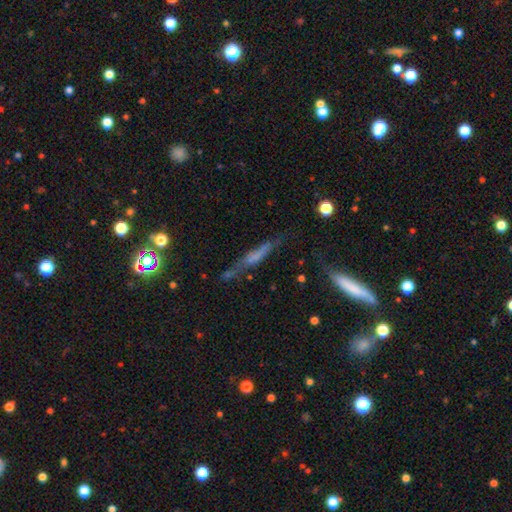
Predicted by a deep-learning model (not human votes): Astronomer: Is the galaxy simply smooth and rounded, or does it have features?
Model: featured or disk — 50% (runner-up: smooth, 38%).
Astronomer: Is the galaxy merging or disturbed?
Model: none — 60%.